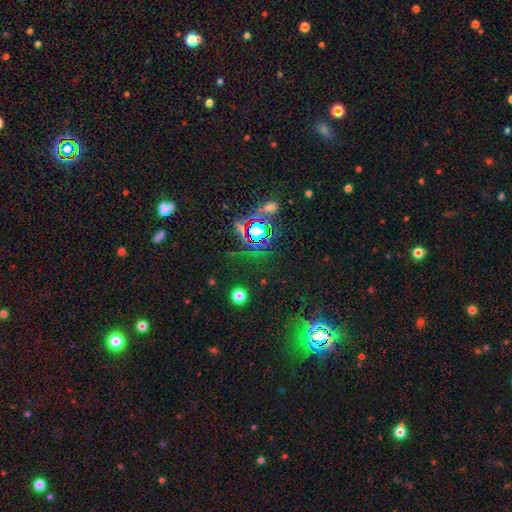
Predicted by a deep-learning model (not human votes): star or artifact 80%, smooth 12%, featured or disk 8%.